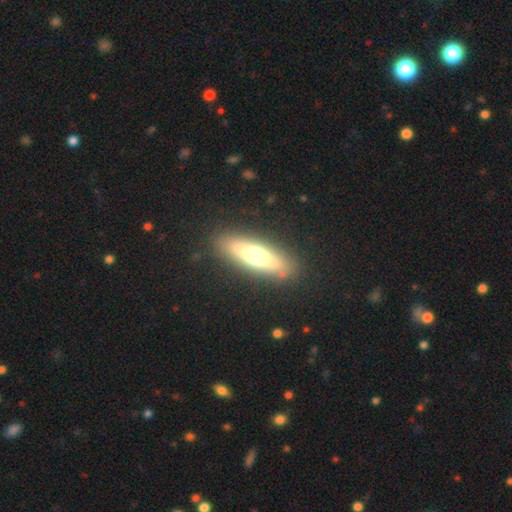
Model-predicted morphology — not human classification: A smooth galaxy with no disk features (49%).

Vote fractions:
- Smooth or featured? smooth: 49% / featured or disk: 43% / star or artifact: 8%
- Merging? none: 86% / minor disturbance: 9% / major disturbance: 3% / merger: 2%